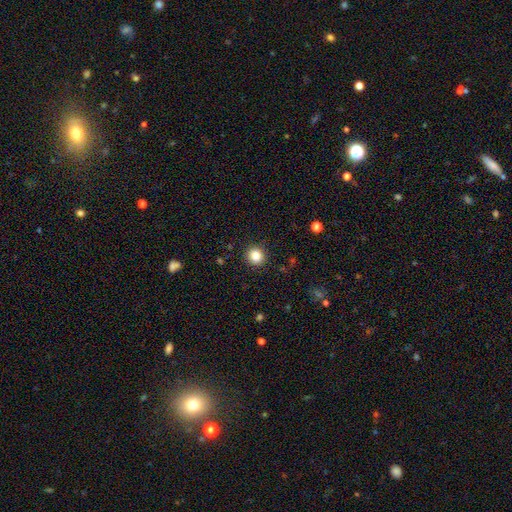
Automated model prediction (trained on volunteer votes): smooth 84%, star or artifact 11%, featured or disk 5%. Down the decision tree: how rounded — round (91%); merging — none (91%).